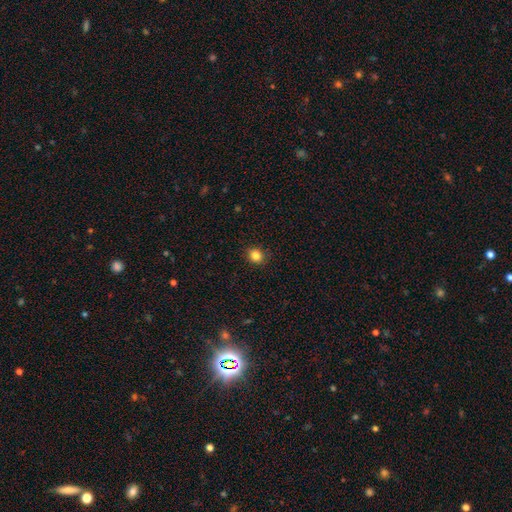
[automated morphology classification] Q: Smooth or featured?
A: smooth (84%); runner-up: star or artifact (11%)
Q: How rounded?
A: round (69%); runner-up: in between (30%)
Q: Merging?
A: none (89%); runner-up: minor disturbance (8%)